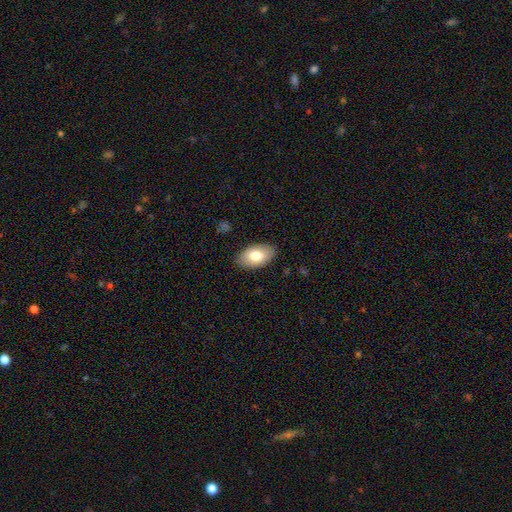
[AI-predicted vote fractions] The model was most divided on "smooth or featured": smooth: 77%, featured or disk: 17%, star or artifact: 6%. More confident: how rounded — in between (94%); merging — none (86%).